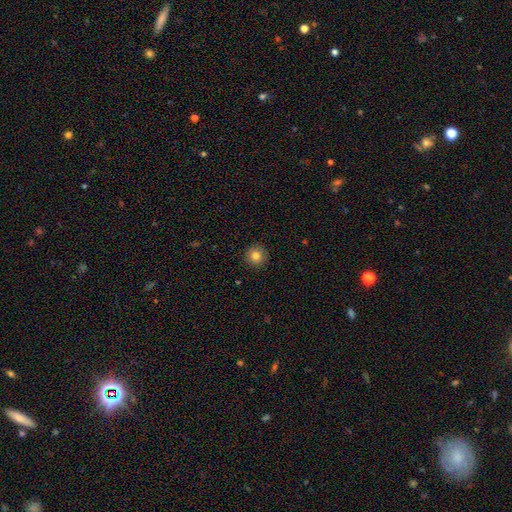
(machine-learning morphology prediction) Smooth or featured?
  - smooth: 82% *
  - star or artifact: 11%
  - featured or disk: 7%
How rounded?
  - round: 95% *
  - in between: 4%
  - cigar-shaped: 1%
Merging?
  - none: 92% *
  - minor disturbance: 6%
  - major disturbance: 2%
  - merger: 1%